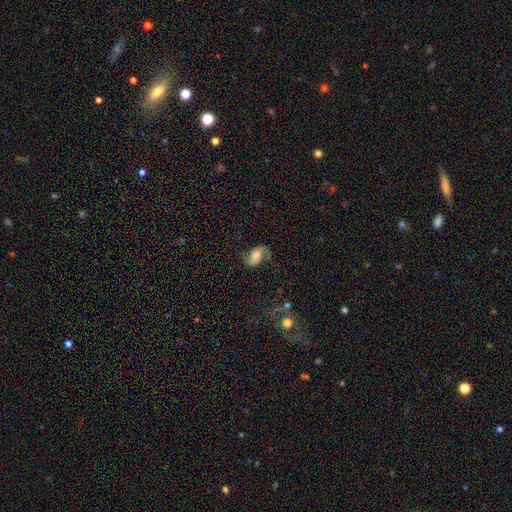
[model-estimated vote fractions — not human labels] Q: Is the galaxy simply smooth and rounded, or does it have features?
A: featured or disk — 68%.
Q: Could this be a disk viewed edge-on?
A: no — 97%.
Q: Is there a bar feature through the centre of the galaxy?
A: no — 53%.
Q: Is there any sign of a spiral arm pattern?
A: yes — 92%.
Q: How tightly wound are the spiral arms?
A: loose — 46%.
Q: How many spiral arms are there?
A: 2 — 88%.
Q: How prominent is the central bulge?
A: moderate — 54%.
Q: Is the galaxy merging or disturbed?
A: none — 66%.